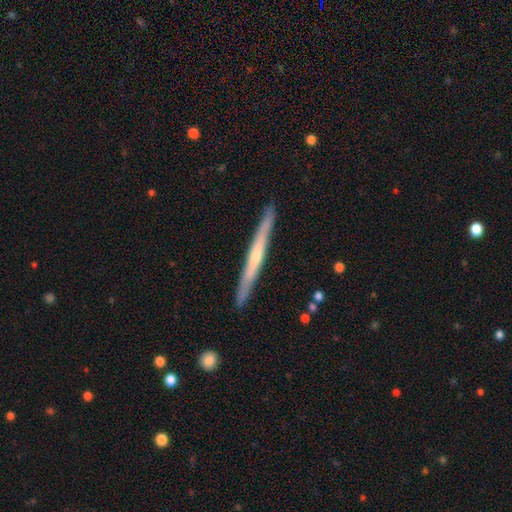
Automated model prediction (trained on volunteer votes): This is likely a featured or disk galaxy (71%). It is clearly viewed edge-on (97%). Edge-on bulge: likely rounded (65%). Merging: clearly none (91%).